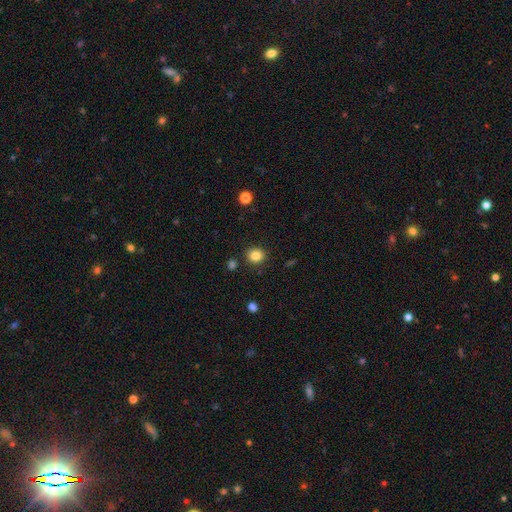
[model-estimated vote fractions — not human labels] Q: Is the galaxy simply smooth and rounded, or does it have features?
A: smooth — 84%.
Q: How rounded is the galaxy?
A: round — 83%.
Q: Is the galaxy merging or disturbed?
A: none — 88%.